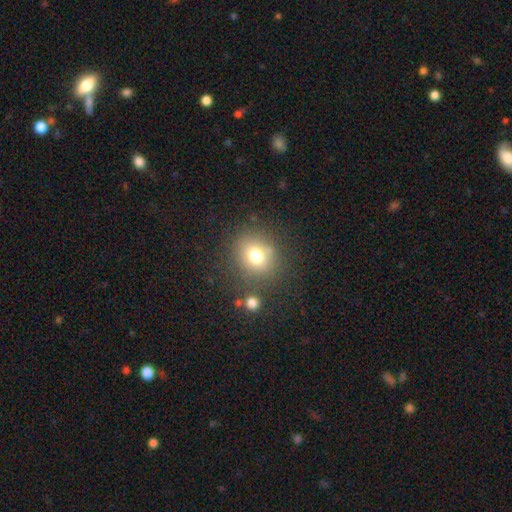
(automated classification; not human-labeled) smooth_or_featured: smooth (p=0.73) [alt: star or artifact p=0.15]
how_rounded: round (p=0.77) [alt: in between p=0.22]
merging: none (p=0.77) [alt: minor disturbance p=0.11]